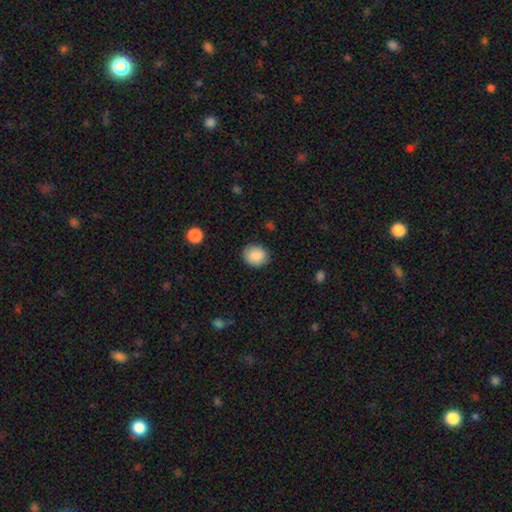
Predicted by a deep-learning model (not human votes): A smooth galaxy with no disk features (87%) that is round (63%). Merging: none (85%).